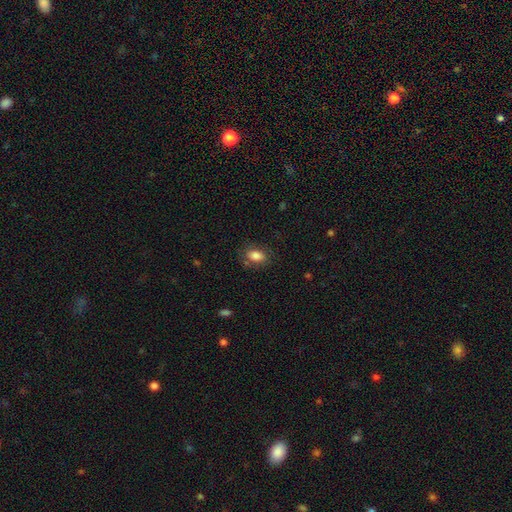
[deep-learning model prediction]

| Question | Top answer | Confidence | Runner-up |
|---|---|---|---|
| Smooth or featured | smooth | 81% | featured or disk (12%) |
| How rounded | in between | 86% | round (12%) |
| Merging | none | 75% | minor disturbance (17%) |